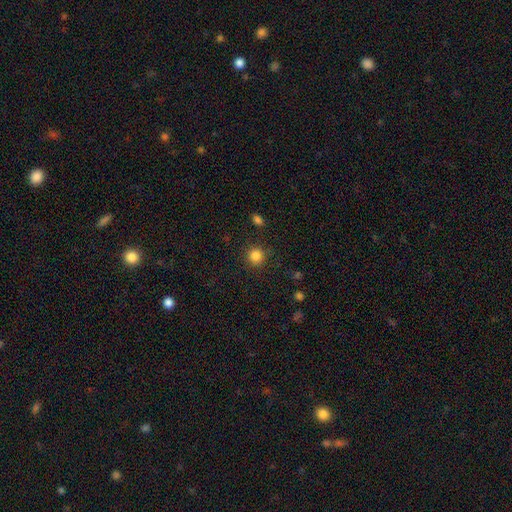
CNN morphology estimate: A smooth galaxy with no disk features (84%) that is round (93%). Merging: none (89%).